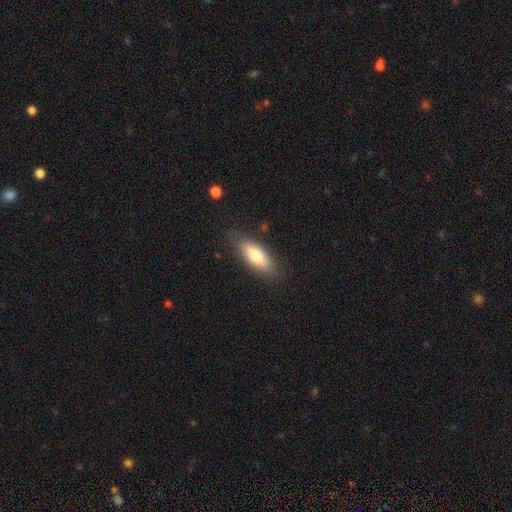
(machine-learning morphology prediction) This appears to be a smooth galaxy with no disk features (76%) that is in between round and cigar-shaped (74%). Merging: none (82%).